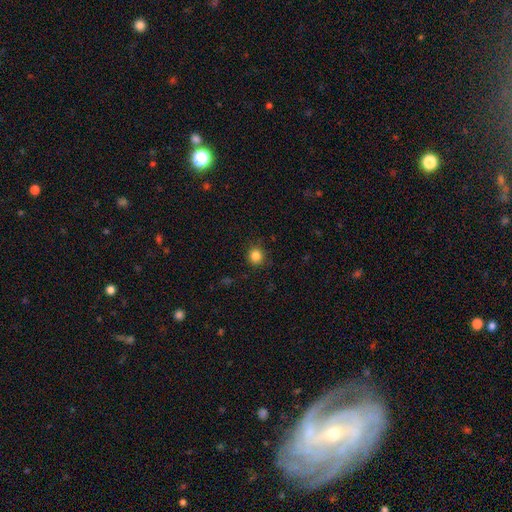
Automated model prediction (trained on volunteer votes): smooth-or-featured: smooth: 84% | star or artifact: 12% | featured or disk: 4%
  how-rounded: round: 91% | in between: 8% | cigar-shaped: 1%
  merging: none: 88% | minor disturbance: 9% | major disturbance: 3% | merger: 1%